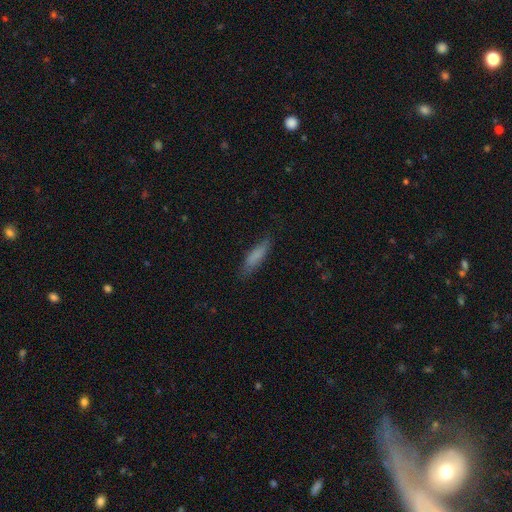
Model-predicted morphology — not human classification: type=smooth (81%); roundness=cigar-shaped (69%); merging=none (77%).